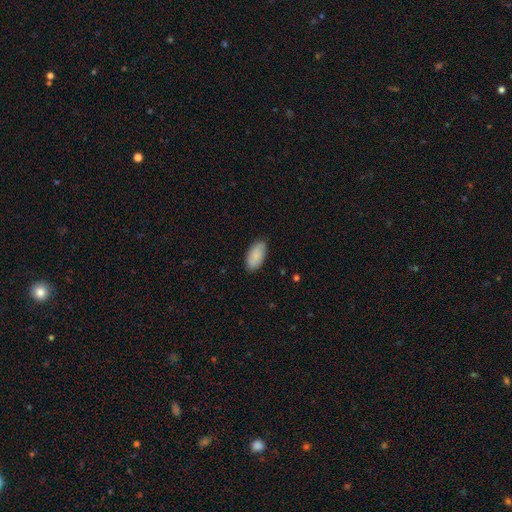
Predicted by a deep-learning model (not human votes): smooth_or_featured: smooth (p=0.83) [alt: featured or disk p=0.11]
how_rounded: in between (p=0.94) [alt: cigar-shaped p=0.03]
merging: none (p=0.87) [alt: minor disturbance p=0.10]